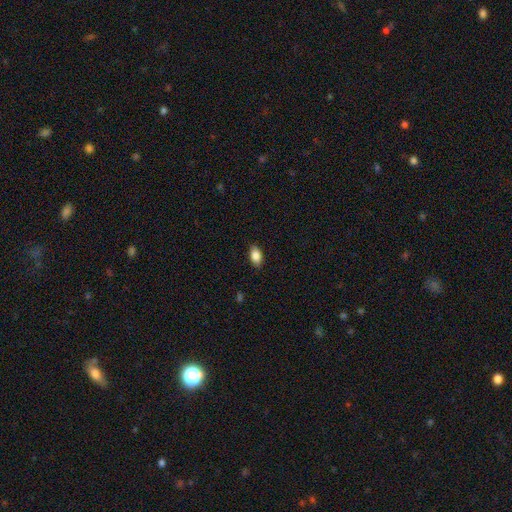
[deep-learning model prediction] Smooth or featured: smooth — 86% (star or artifact — 8%)
How rounded: in between — 90% (round — 7%)
Merging: none — 87% (minor disturbance — 10%)